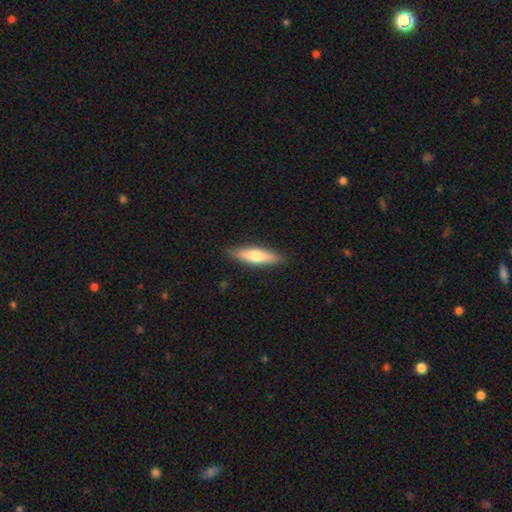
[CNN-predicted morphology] A smooth galaxy with no disk features (67%) that is cigar-shaped (70%). Merging: none (88%).